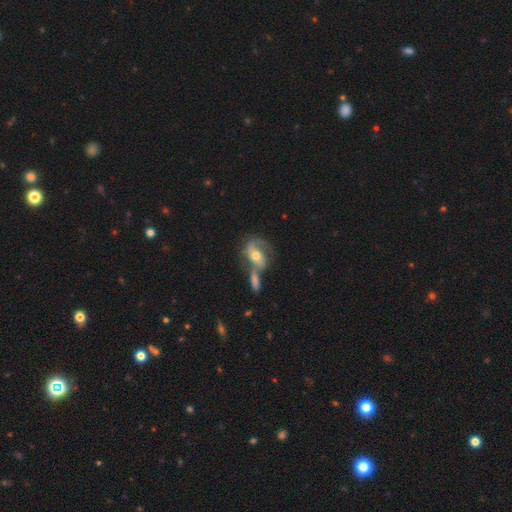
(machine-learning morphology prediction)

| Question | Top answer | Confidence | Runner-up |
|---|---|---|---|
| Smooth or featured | featured or disk | 73% | smooth (19%) |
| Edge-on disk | no | 93% | yes (7%) |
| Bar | no | 38% | weak (36%) |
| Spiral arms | yes | 83% | no (17%) |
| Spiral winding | medium | 44% | loose (31%) |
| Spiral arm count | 2 | 68% | 1 (17%) |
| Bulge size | moderate | 69% | small (22%) |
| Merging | merger | 37% | none (36%) |